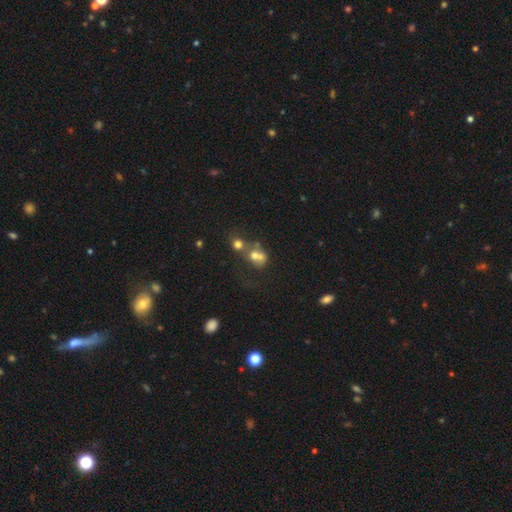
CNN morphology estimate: type=smooth (56%); roundness=round (61%); merging=merger (60%).